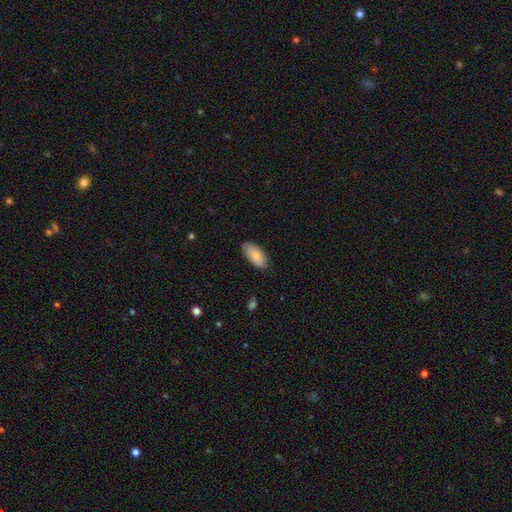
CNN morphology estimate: Overall: smooth (84%). How rounded: in between (92%). Merging: none (79%).